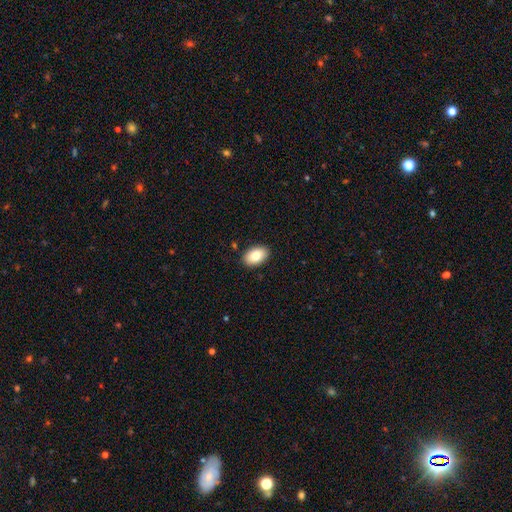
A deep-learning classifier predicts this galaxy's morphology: Smooth or featured? smooth (83%)
How rounded? in between (91%)
Merging? none (89%)